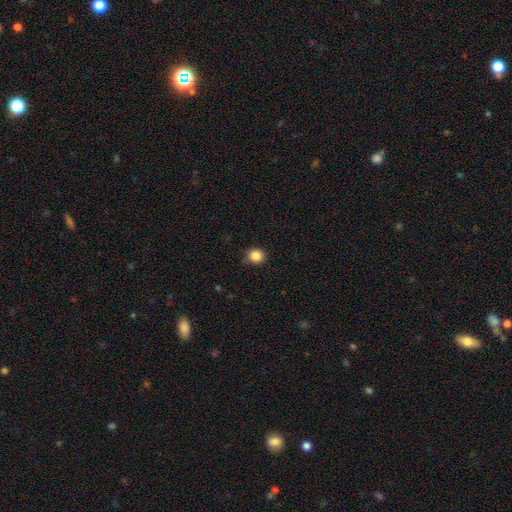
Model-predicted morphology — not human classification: Smooth or featured?
  - smooth: 85% *
  - star or artifact: 11%
  - featured or disk: 4%
How rounded?
  - round: 89% *
  - in between: 10%
  - cigar-shaped: 1%
Merging?
  - none: 83% *
  - minor disturbance: 13%
  - major disturbance: 2%
  - merger: 1%